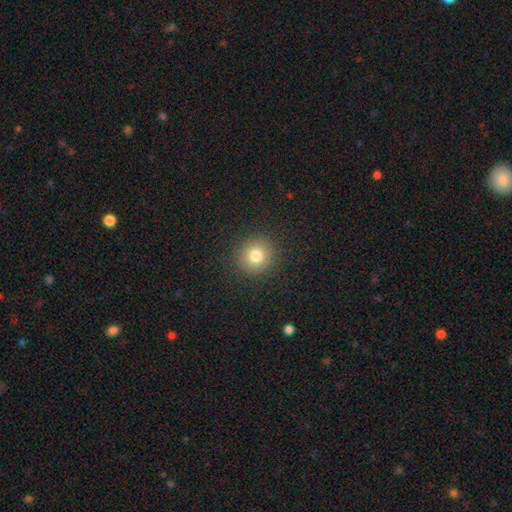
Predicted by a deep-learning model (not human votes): smooth-or-featured: smooth: 79% | star or artifact: 12% | featured or disk: 8%
  how-rounded: round: 91% | in between: 8% | cigar-shaped: 1%
  merging: none: 91% | minor disturbance: 6% | major disturbance: 3% | merger: 1%